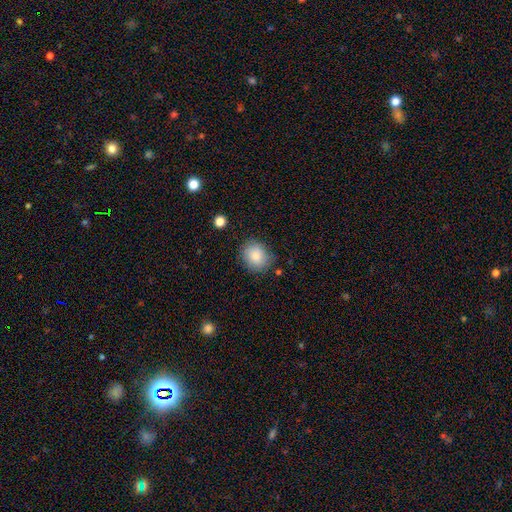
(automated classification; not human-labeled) smooth 85%, star or artifact 8%, featured or disk 7%. Down the decision tree: how rounded — round (67%); merging — none (80%).